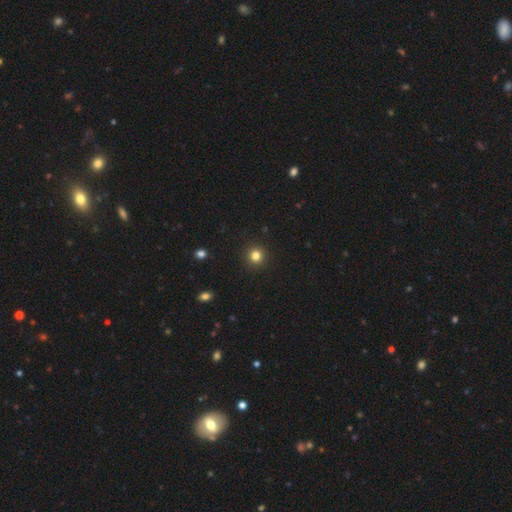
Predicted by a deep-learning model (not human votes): Smooth or featured? smooth (81%)
How rounded? round (94%)
Merging? none (93%)